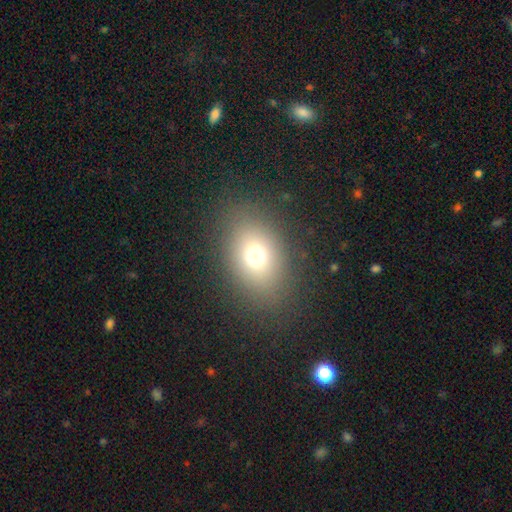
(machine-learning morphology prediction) A smooth galaxy with no disk features (69%) that is in between round and cigar-shaped (65%). Merging: none (83%).